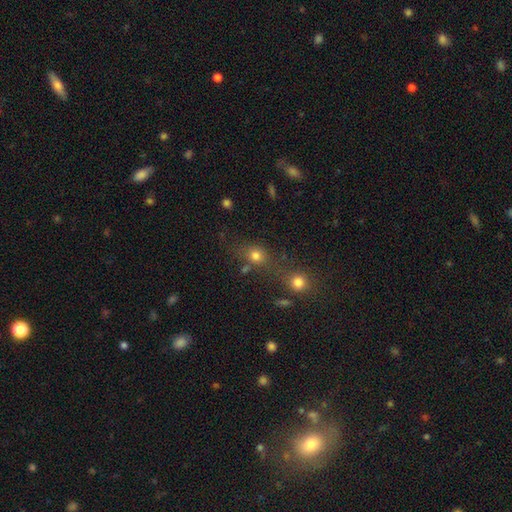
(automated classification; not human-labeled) A smooth galaxy with no disk features (73%) that is round (70%). Merging: none (55%).